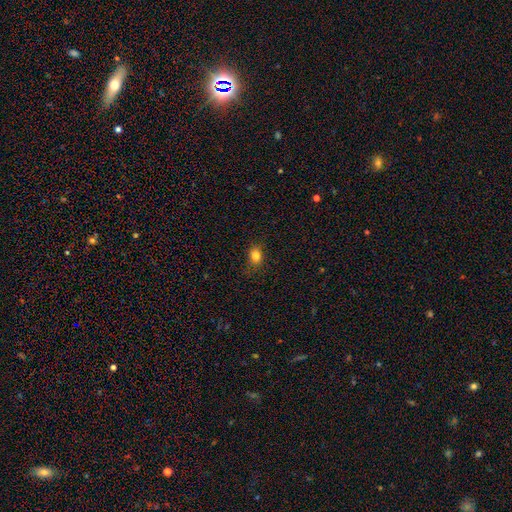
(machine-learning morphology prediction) smooth_or_featured: smooth (p=0.82) [alt: star or artifact p=0.12]
how_rounded: in between (p=0.56) [alt: round p=0.42]
merging: none (p=0.81) [alt: minor disturbance p=0.14]